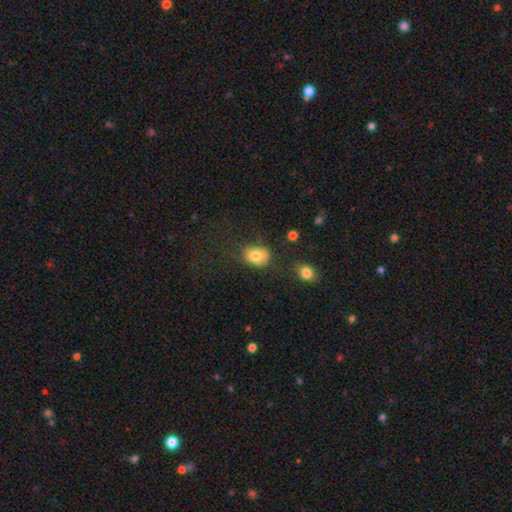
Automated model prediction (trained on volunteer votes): The model was most divided on "how rounded": in between: 58%, round: 41%, cigar-shaped: 1%. More confident: smooth or featured — smooth (79%); merging — none (57%).